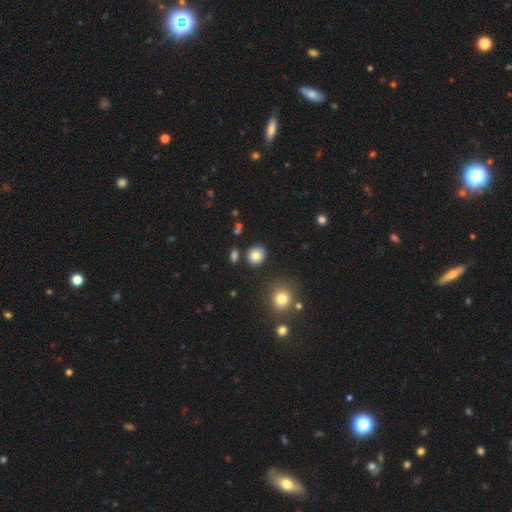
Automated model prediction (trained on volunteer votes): Smooth or featured? Predicted: smooth (p=0.82). How rounded? Predicted: round (p=0.80). Merging? Predicted: none (p=0.84).